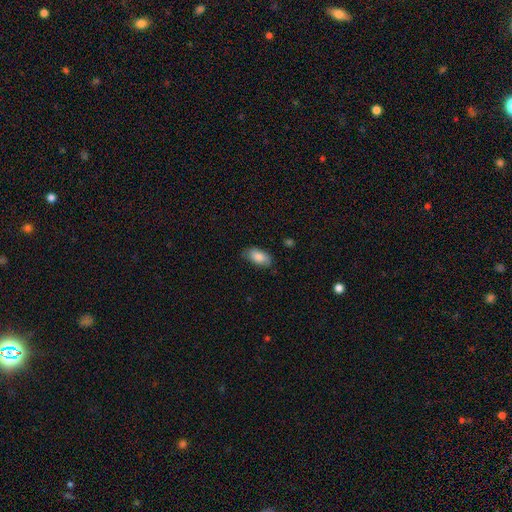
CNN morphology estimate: smooth 85%, featured or disk 9%, star or artifact 7%. Down the decision tree: how rounded — in between (93%); merging — none (76%).